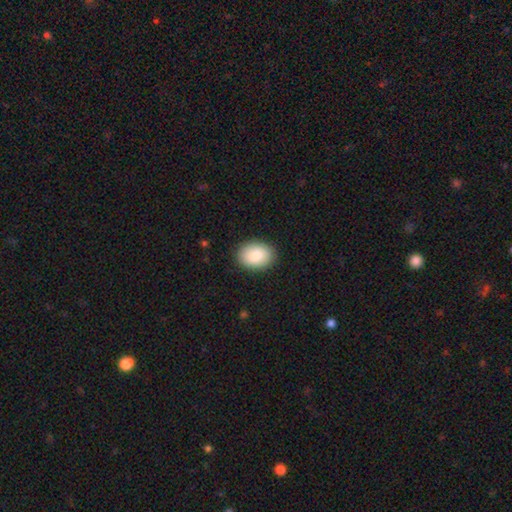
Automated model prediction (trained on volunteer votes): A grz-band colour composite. It shows a smooth galaxy with no disk features (86%) that is in between round and cigar-shaped (75%). Merging: none (89%).